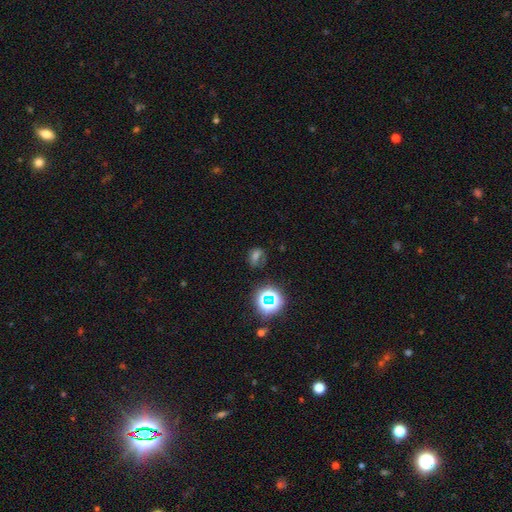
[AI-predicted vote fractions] Smooth or featured? Predicted: smooth (p=0.40). Merging? Predicted: none (p=0.70).